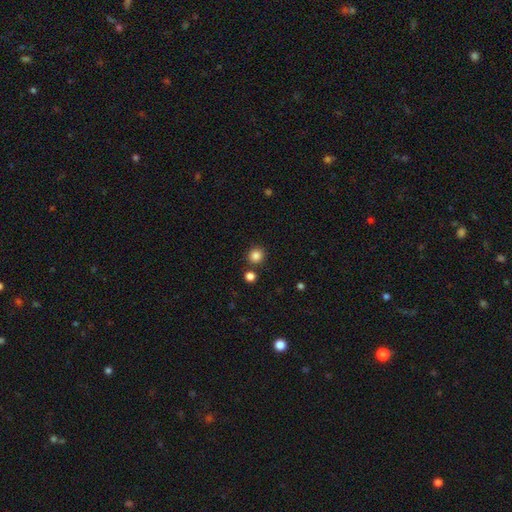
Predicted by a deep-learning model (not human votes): Morphology: type=smooth (85%); roundness=round (91%); merging=none (84%).